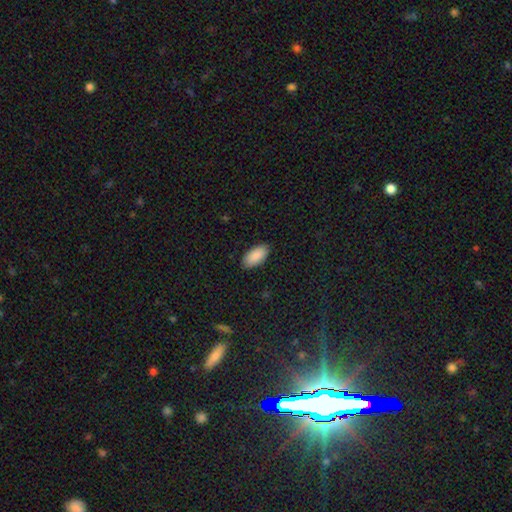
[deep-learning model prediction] A smooth galaxy with no disk features (91%) that is in between round and cigar-shaped (94%).

Vote fractions:
- Smooth or featured? smooth: 91% / star or artifact: 6% / featured or disk: 3%
- How rounded? in between: 94% / cigar-shaped: 5% / round: 2%
- Merging? none: 88% / minor disturbance: 9% / major disturbance: 2% / merger: 1%